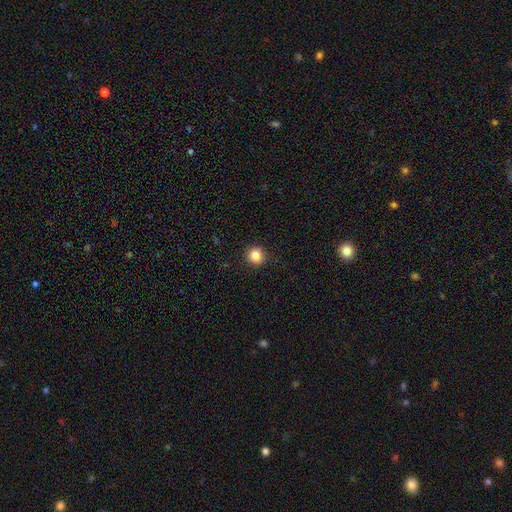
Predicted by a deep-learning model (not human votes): Smooth or featured?
  - smooth: 85% *
  - star or artifact: 11%
  - featured or disk: 5%
How rounded?
  - round: 90% *
  - in between: 9%
  - cigar-shaped: 1%
Merging?
  - none: 91% *
  - minor disturbance: 6%
  - major disturbance: 2%
  - merger: 1%